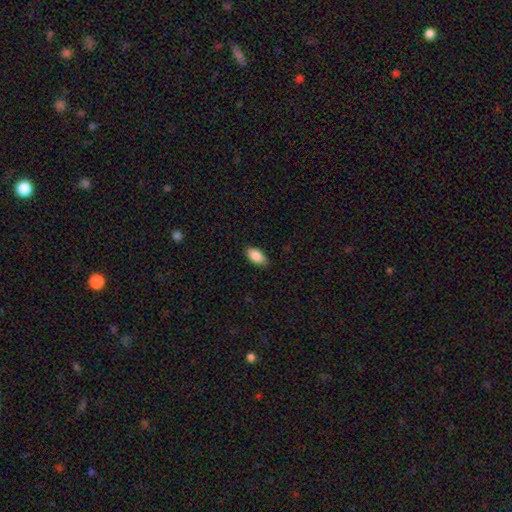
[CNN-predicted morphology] smooth_or_featured: smooth (p=0.88) [alt: star or artifact p=0.07]
how_rounded: in between (p=0.92) [alt: cigar-shaped p=0.05]
merging: none (p=0.86) [alt: minor disturbance p=0.11]